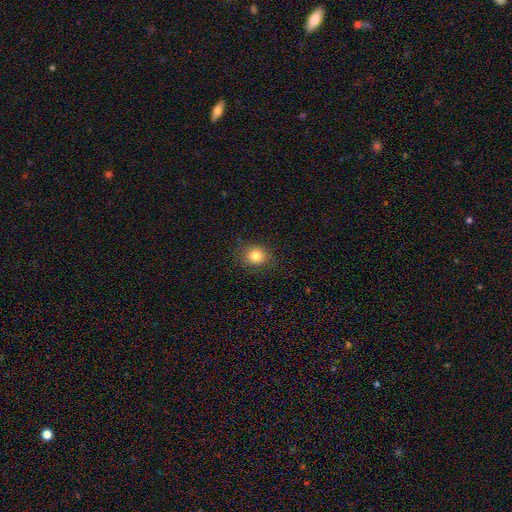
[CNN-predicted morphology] smooth 83%, star or artifact 11%, featured or disk 6%. Down the decision tree: how rounded — round (72%); merging — none (85%).